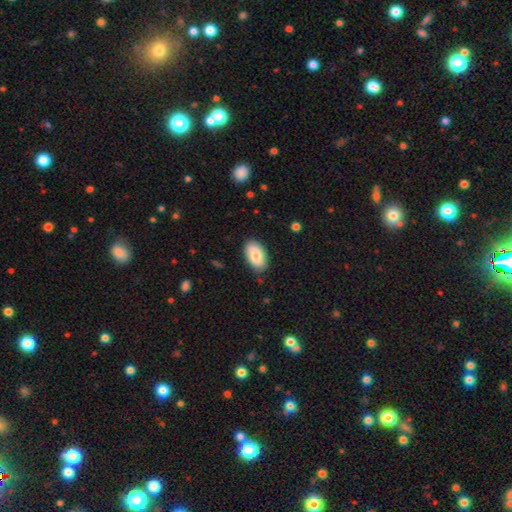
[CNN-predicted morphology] Smooth or featured: smooth — 76% (featured or disk — 18%)
How rounded: in between — 94% (round — 4%)
Merging: none — 82% (minor disturbance — 14%)